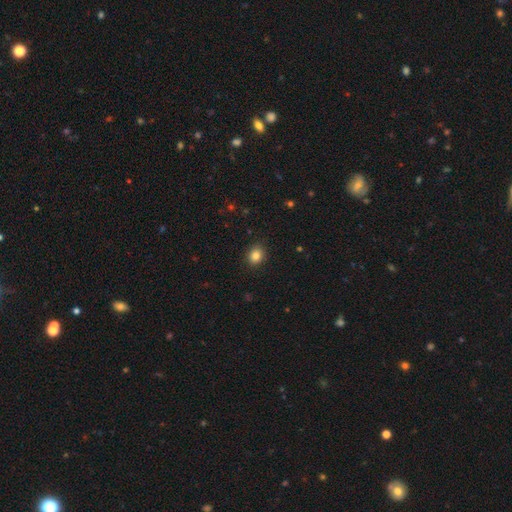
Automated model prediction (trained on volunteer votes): Smooth or featured?
  - smooth: 84% *
  - star or artifact: 11%
  - featured or disk: 5%
How rounded?
  - round: 62% *
  - in between: 37%
  - cigar-shaped: 1%
Merging?
  - none: 90% *
  - minor disturbance: 7%
  - major disturbance: 2%
  - merger: 1%